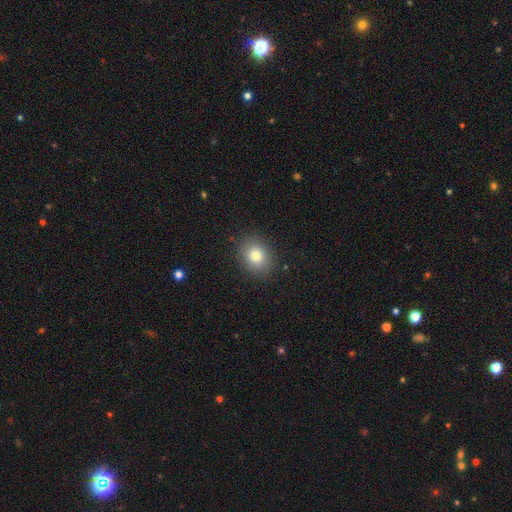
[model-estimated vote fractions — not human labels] Overall: smooth (82%). How rounded: round (53%; in between 46%). Merging: none (88%).